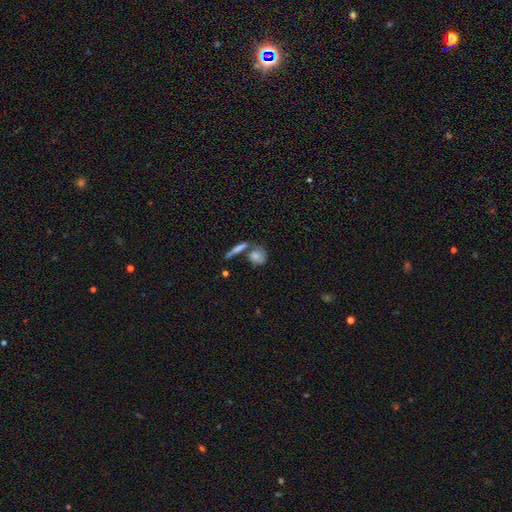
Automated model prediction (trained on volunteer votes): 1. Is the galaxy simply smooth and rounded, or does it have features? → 64% smooth, 22% featured or disk, 14% star or artifact.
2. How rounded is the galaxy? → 60% round, 29% in between, 11% cigar-shaped.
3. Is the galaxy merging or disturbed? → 56% none, 27% merger, 12% minor disturbance, 6% major disturbance.